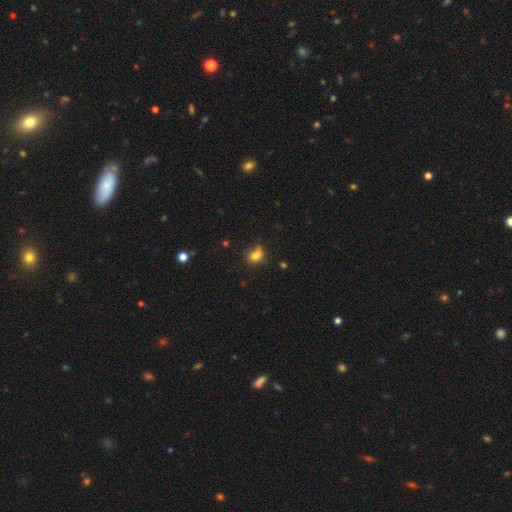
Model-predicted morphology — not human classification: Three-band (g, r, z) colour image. It shows a smooth galaxy with no disk features (74%) that is round (60%). Merging: none (46%).